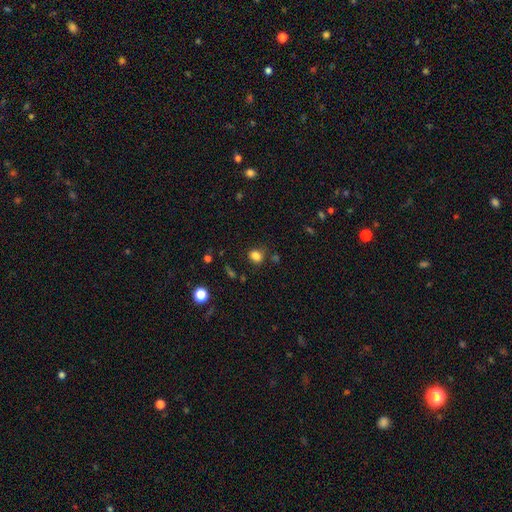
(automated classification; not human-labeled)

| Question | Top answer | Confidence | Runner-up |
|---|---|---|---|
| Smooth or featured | smooth | 81% | star or artifact (14%) |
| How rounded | round | 52% | in between (47%) |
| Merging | none | 75% | minor disturbance (16%) |